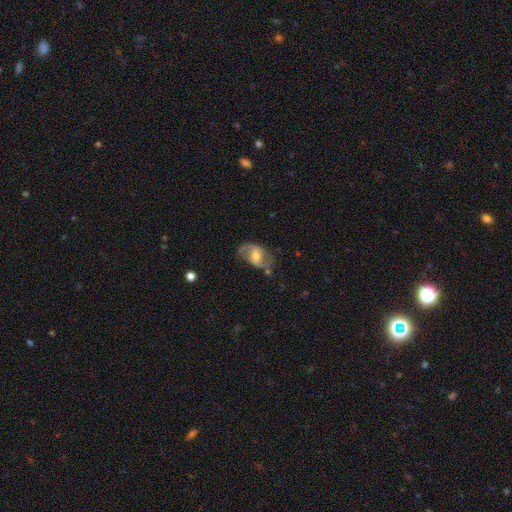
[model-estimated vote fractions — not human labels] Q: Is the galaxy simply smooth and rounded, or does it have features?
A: featured or disk — 72%.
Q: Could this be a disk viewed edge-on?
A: no — 96%.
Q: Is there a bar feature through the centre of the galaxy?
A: weak — 46%.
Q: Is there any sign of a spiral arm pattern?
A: yes — 86%.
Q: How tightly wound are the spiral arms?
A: loose — 44%.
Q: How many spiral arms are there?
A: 2 — 85%.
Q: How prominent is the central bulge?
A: moderate — 64%.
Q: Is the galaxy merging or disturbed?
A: none — 65%.